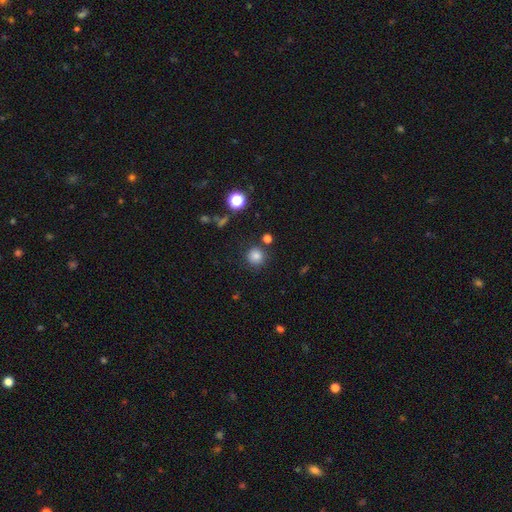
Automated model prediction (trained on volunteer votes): Morphology: type=smooth (82%); roundness=round (93%); merging=none (85%).